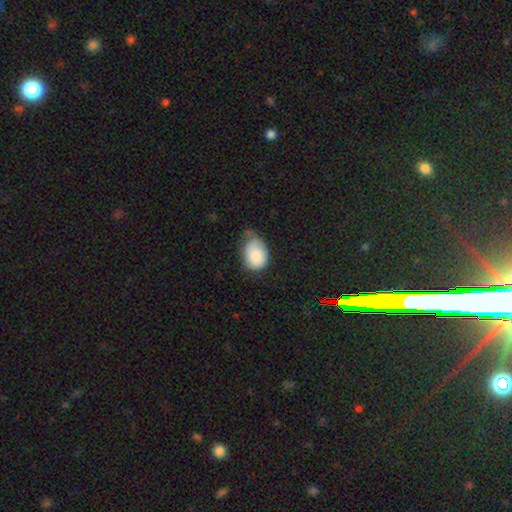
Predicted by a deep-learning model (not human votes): Q: Smooth or featured?
A: smooth (83%); runner-up: featured or disk (10%)
Q: How rounded?
A: in between (73%); runner-up: round (26%)
Q: Merging?
A: minor disturbance (42%); tied with: none (42%)